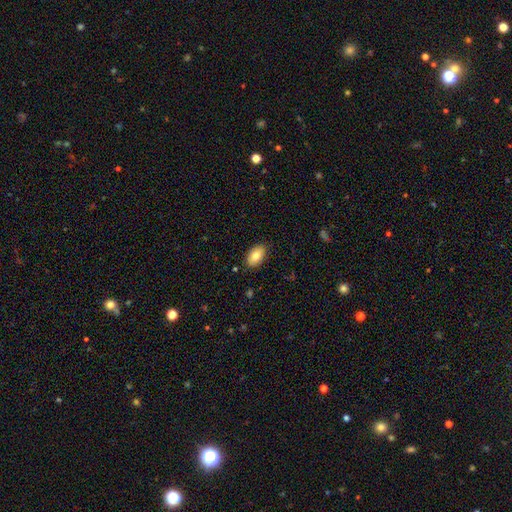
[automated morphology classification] smooth_or_featured: smooth (p=0.79) [alt: featured or disk p=0.14]
how_rounded: in between (p=0.93) [alt: round p=0.05]
merging: none (p=0.86) [alt: minor disturbance p=0.11]